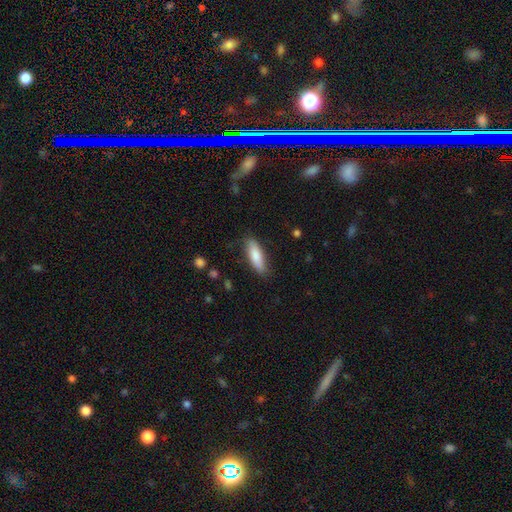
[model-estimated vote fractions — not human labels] smooth 81%, featured or disk 13%, star or artifact 6%. Down the decision tree: how rounded — in between (51%); merging — none (81%).